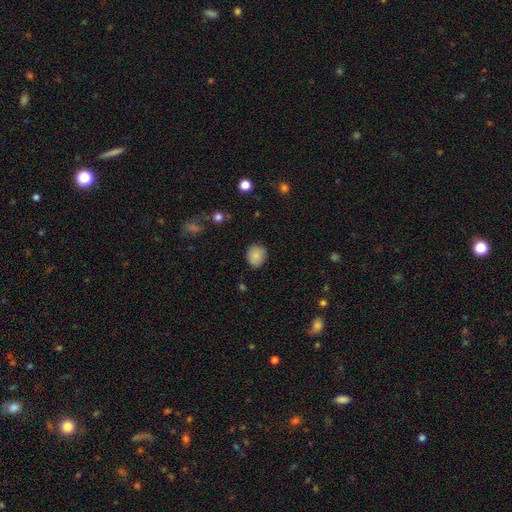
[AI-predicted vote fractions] Smooth or featured?
  - smooth: 85% *
  - star or artifact: 9%
  - featured or disk: 6%
How rounded?
  - round: 73% *
  - in between: 26%
  - cigar-shaped: 1%
Merging?
  - none: 84% *
  - minor disturbance: 12%
  - major disturbance: 3%
  - merger: 1%